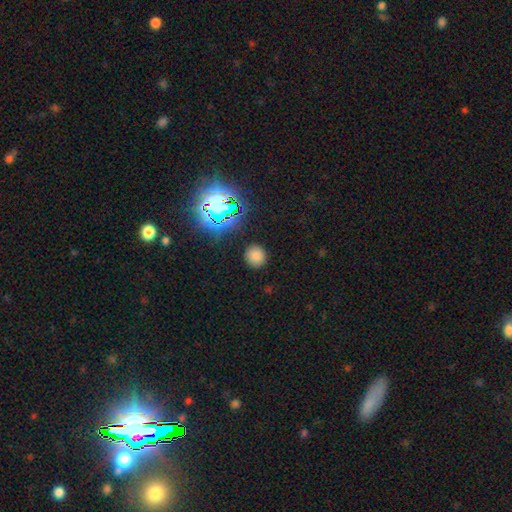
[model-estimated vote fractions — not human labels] The model was most divided on "smooth or featured": smooth: 74%, star or artifact: 20%, featured or disk: 5%. More confident: merging — none (88%); how rounded — round (88%).